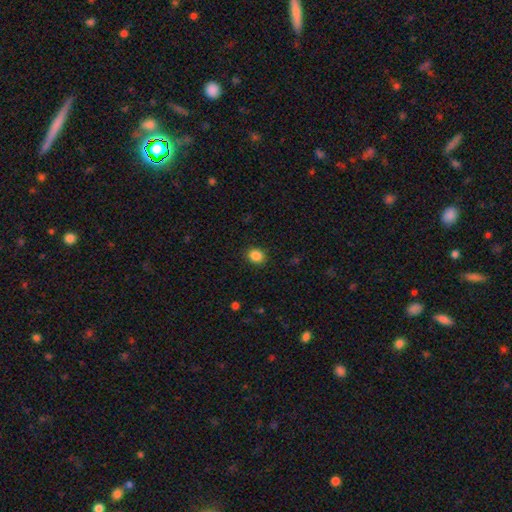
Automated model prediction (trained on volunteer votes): A smooth galaxy with no disk features (87%) that is round (62%).

Vote fractions:
- Smooth or featured? smooth: 87% / star or artifact: 10% / featured or disk: 3%
- How rounded? round: 62% / in between: 37% / cigar-shaped: 1%
- Merging? none: 89% / minor disturbance: 7% / major disturbance: 2% / merger: 1%